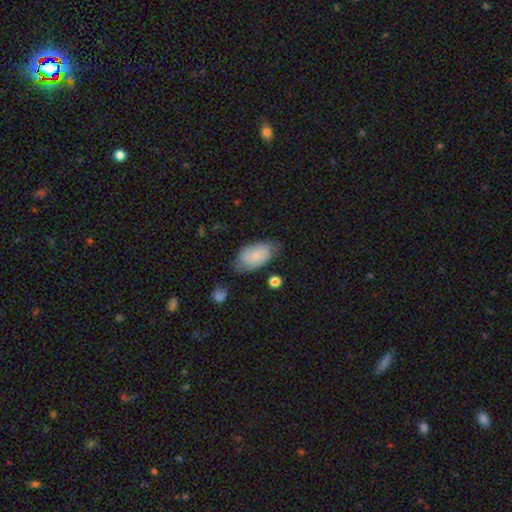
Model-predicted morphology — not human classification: Q: Smooth or featured?
A: smooth (73%); runner-up: featured or disk (21%)
Q: How rounded?
A: in between (93%); runner-up: round (5%)
Q: Merging?
A: none (60%); runner-up: minor disturbance (30%)